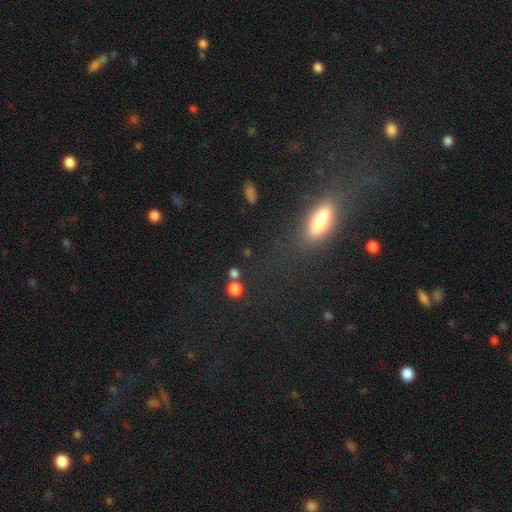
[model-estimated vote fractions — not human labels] Smooth or featured? Predicted: smooth (p=0.52). How rounded? Predicted: in between (p=0.59). Merging? Predicted: none (p=0.70).